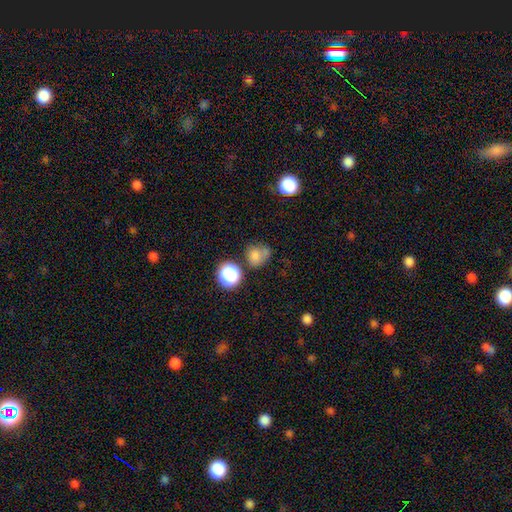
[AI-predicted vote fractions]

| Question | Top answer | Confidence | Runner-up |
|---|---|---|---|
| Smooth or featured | smooth | 71% | star or artifact (18%) |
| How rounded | round | 73% | in between (26%) |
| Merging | none | 51% | minor disturbance (20%) |